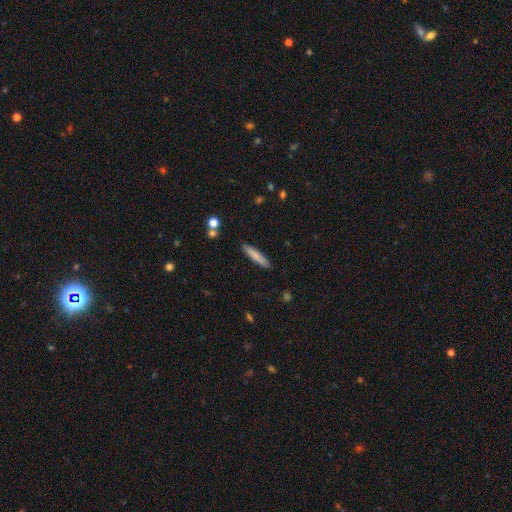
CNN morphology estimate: The model was most divided on "smooth or featured": smooth: 78%, featured or disk: 16%, star or artifact: 6%. More confident: merging — none (89%); how rounded — cigar-shaped (88%).